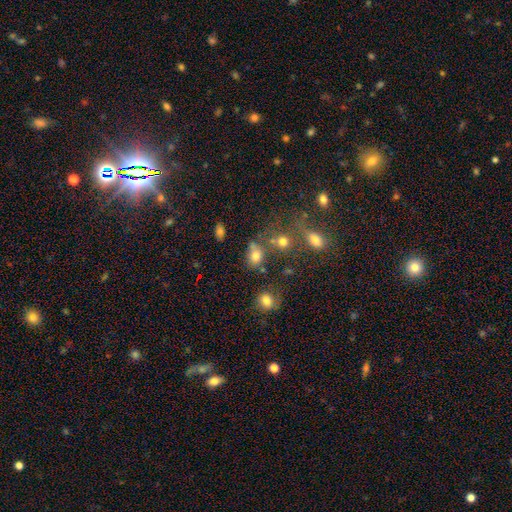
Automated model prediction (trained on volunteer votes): Smooth or featured? smooth (76%)
How rounded? in between (50%)
Merging? none (54%)